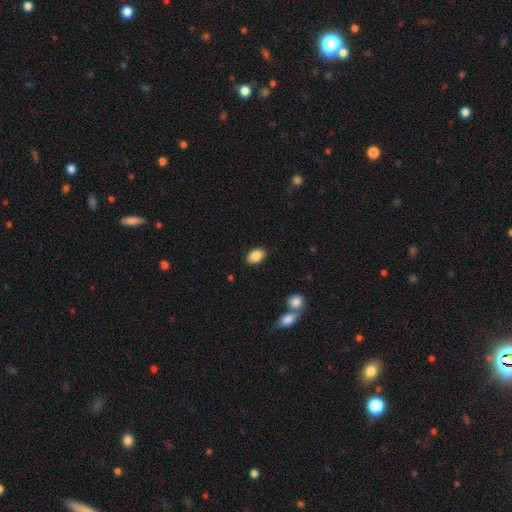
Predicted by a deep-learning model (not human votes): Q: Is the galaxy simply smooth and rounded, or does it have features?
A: smooth — 86%.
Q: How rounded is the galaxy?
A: in between — 87%.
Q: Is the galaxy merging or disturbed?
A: none — 86%.